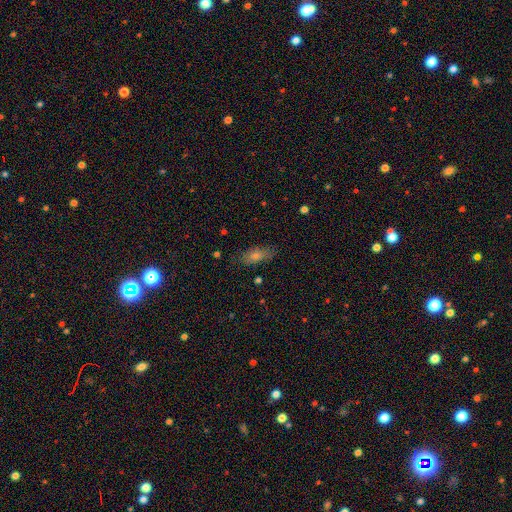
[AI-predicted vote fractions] Morphology: type=smooth (57%); roundness=in between (67%); merging=none (81%).